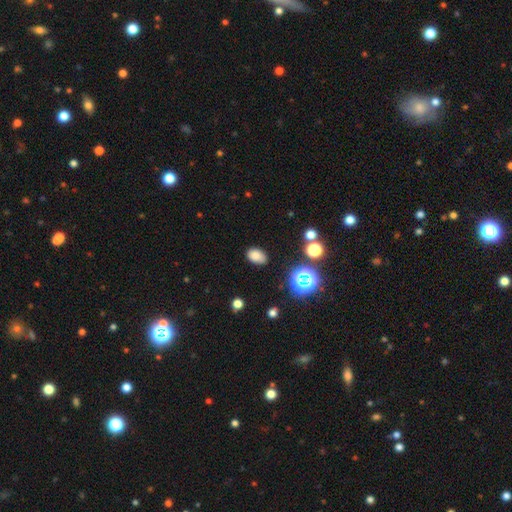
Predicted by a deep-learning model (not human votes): Smooth or featured: smooth — 79% (star or artifact — 15%)
How rounded: in between — 85% (round — 13%)
Merging: none — 84% (minor disturbance — 12%)